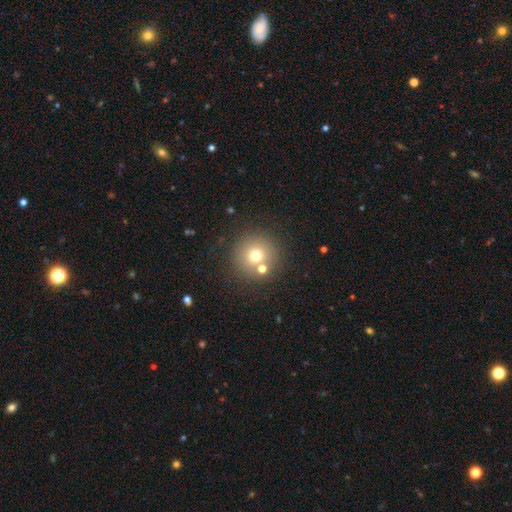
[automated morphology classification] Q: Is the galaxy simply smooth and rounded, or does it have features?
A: smooth — 70%.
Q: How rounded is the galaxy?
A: round — 95%.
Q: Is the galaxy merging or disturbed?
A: none — 75%.